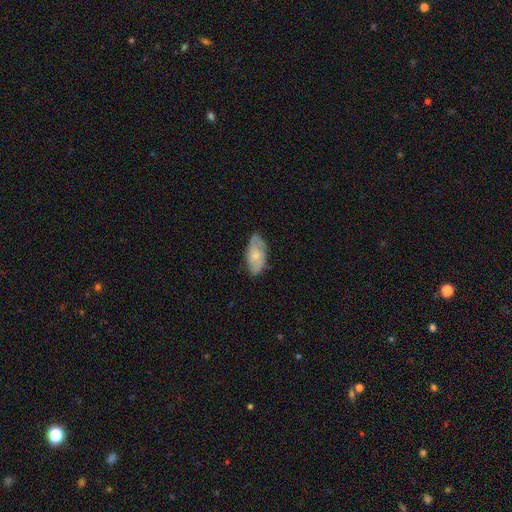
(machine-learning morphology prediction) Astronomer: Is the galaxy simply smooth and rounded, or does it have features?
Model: smooth — 60%.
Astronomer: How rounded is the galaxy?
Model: in between — 92%.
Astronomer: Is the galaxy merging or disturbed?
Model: none — 72%.